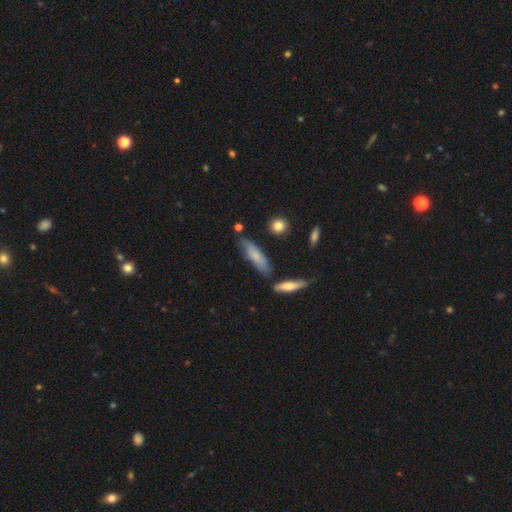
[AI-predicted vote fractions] This is likely a smooth galaxy (63%). How rounded: possibly cigar-shaped (55%). Merging: likely none (64%).